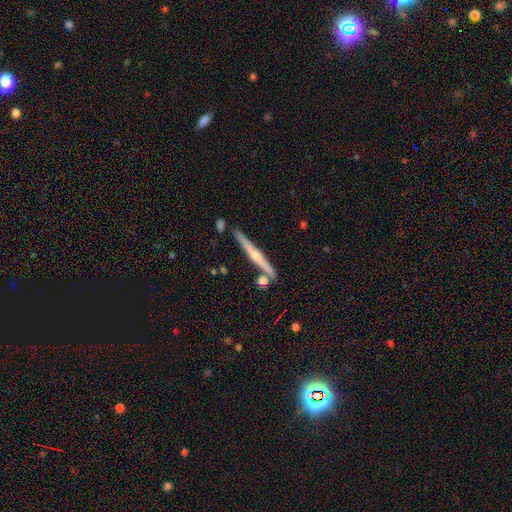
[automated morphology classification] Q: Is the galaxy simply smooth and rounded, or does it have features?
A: featured or disk — 71%.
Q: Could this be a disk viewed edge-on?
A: yes — 96%.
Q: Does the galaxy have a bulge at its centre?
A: rounded — 80%.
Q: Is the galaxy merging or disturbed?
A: none — 78%.